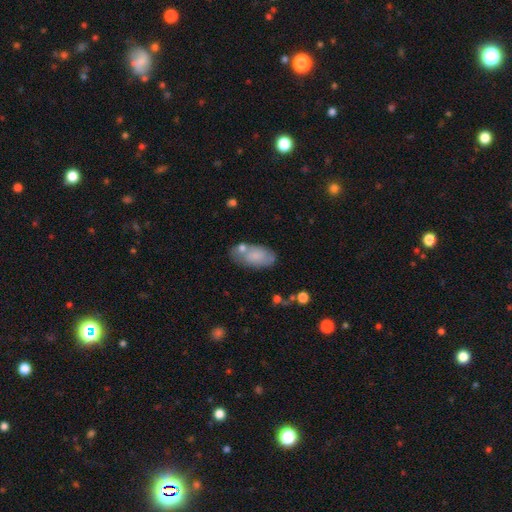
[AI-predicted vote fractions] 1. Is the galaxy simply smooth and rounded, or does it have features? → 74% smooth, 19% featured or disk, 7% star or artifact.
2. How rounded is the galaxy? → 92% in between, 5% cigar-shaped, 3% round.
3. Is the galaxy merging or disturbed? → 58% none, 20% minor disturbance, 16% merger, 6% major disturbance.